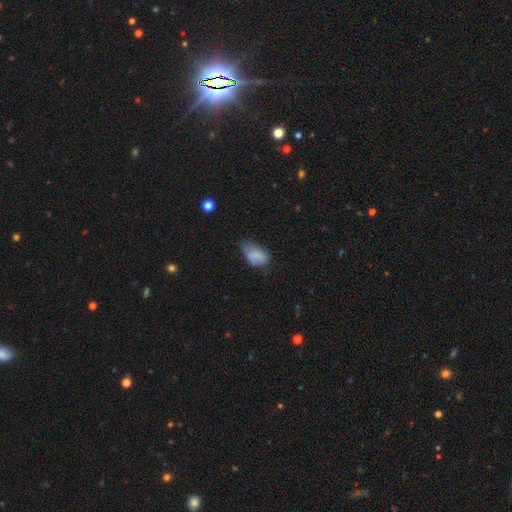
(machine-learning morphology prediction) This is likely a smooth galaxy (72%). How rounded: clearly in between (90%). Merging: marginally minor disturbance (41%).